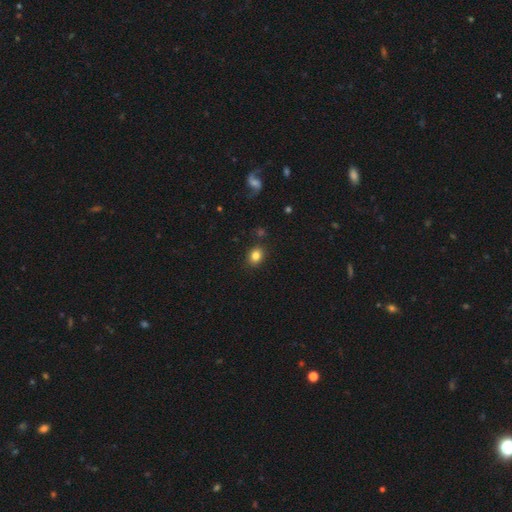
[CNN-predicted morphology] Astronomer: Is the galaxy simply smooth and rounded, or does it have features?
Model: smooth — 83%.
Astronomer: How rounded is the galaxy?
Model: in between — 54% (runner-up: round, 45%).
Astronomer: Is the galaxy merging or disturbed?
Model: none — 86%.